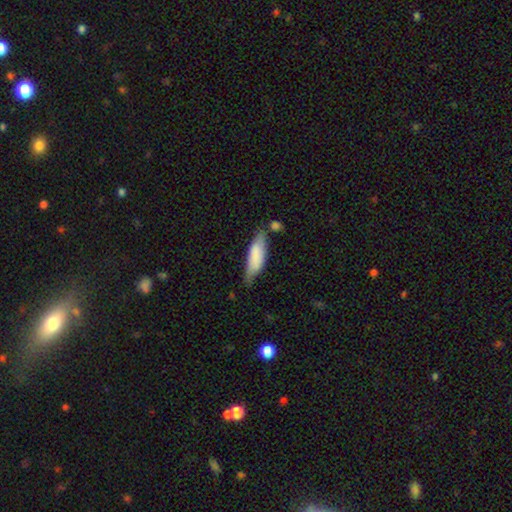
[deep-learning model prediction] smooth 79%, featured or disk 16%, star or artifact 6%. Down the decision tree: how rounded — in between (51%); merging — none (54%).